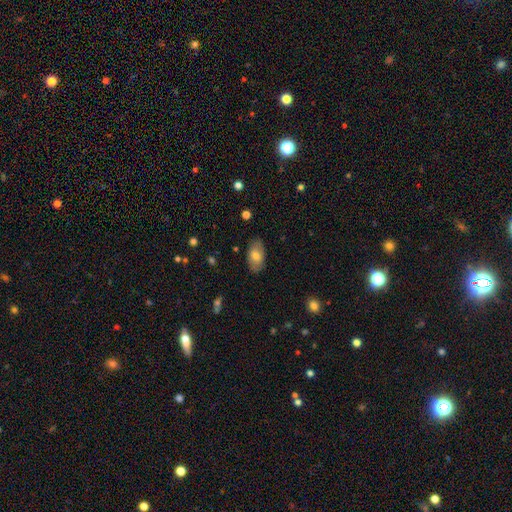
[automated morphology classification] A smooth galaxy with no disk features (74%) that is in between round and cigar-shaped (94%). Merging: none (85%).